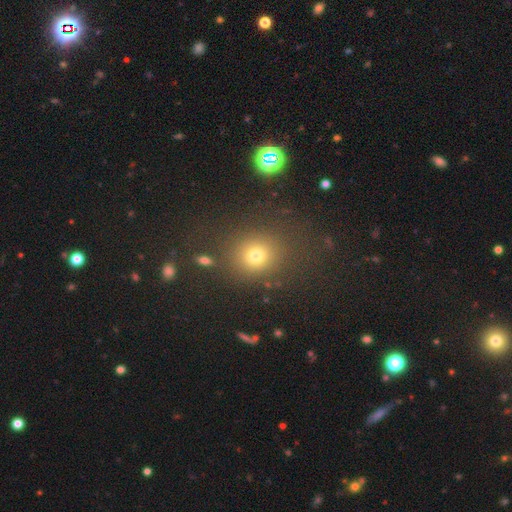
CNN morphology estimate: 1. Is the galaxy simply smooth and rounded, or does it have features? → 72% smooth, 20% star or artifact, 8% featured or disk.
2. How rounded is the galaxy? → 76% round, 22% in between, 1% cigar-shaped.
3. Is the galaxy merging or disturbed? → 80% none, 10% minor disturbance, 6% major disturbance, 4% merger.